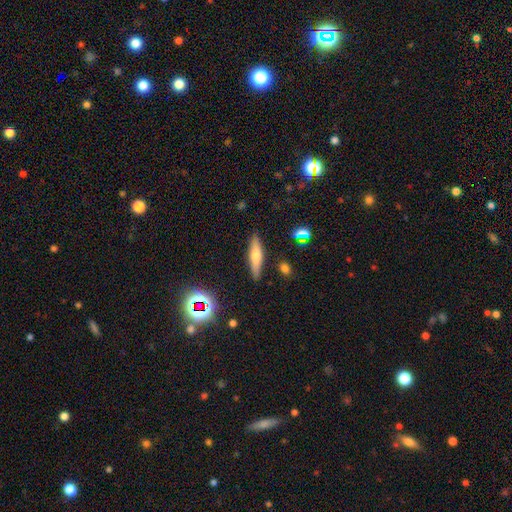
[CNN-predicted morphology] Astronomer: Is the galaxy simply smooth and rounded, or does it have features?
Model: smooth — 54% (runner-up: featured or disk, 36%).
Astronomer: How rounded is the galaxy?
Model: cigar-shaped — 75%.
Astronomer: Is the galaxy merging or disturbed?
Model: none — 86%.